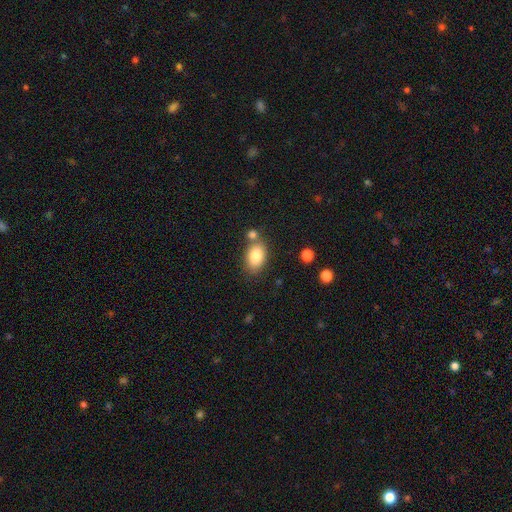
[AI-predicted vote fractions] smooth-or-featured: smooth: 84% | featured or disk: 8% | star or artifact: 8%
  how-rounded: in between: 88% | round: 10% | cigar-shaped: 1%
  merging: none: 66% | merger: 16% | minor disturbance: 14% | major disturbance: 4%